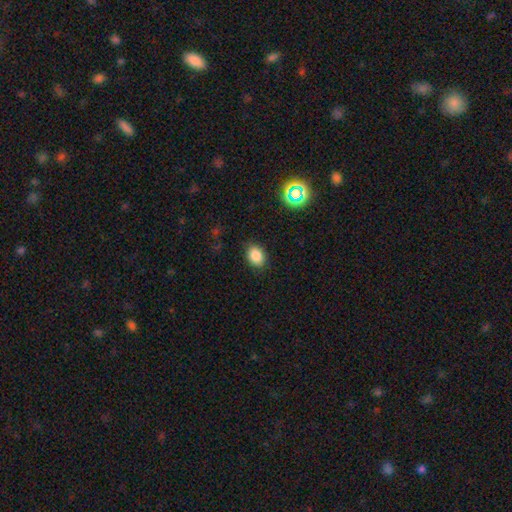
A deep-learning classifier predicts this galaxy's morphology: smooth 84%, star or artifact 11%, featured or disk 5%. Down the decision tree: how rounded — in between (68%); merging — none (85%).